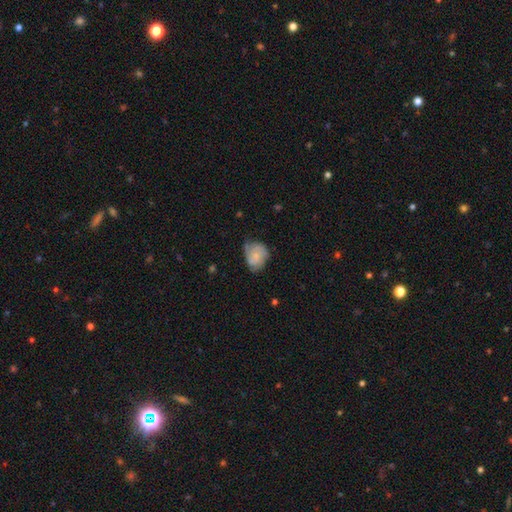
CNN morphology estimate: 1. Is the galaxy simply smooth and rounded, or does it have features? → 49% smooth, 43% featured or disk, 7% star or artifact.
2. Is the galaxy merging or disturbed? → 52% none, 35% minor disturbance, 11% major disturbance, 2% merger.